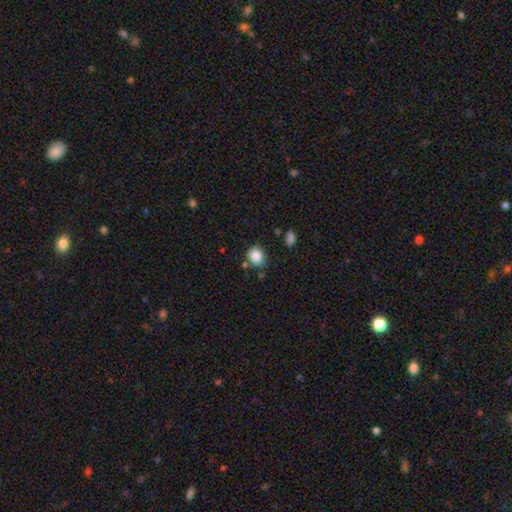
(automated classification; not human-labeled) This appears to be a smooth galaxy with no disk features (85%) that is round (73%). Merging: none (73%).